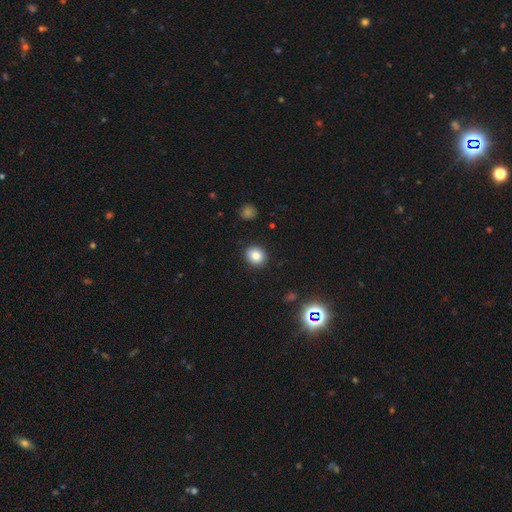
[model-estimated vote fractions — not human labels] A smooth galaxy with no disk features (83%) that is round (75%).

Vote fractions:
- Smooth or featured? smooth: 83% / star or artifact: 10% / featured or disk: 6%
- How rounded? round: 75% / in between: 24% / cigar-shaped: 1%
- Merging? none: 90% / minor disturbance: 7% / major disturbance: 2% / merger: 1%